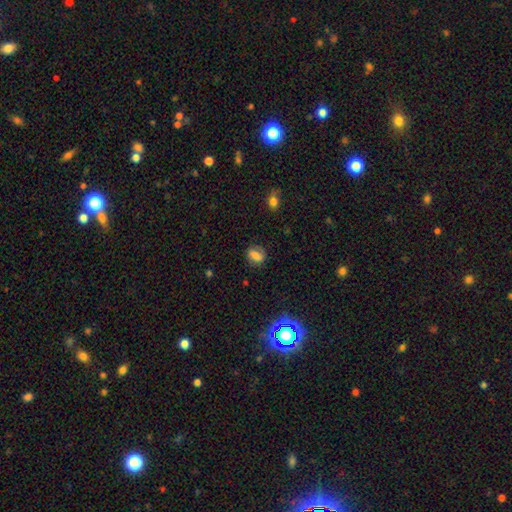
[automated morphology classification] A smooth galaxy with no disk features (68%) that is in between round and cigar-shaped (59%). Merging: none (75%).